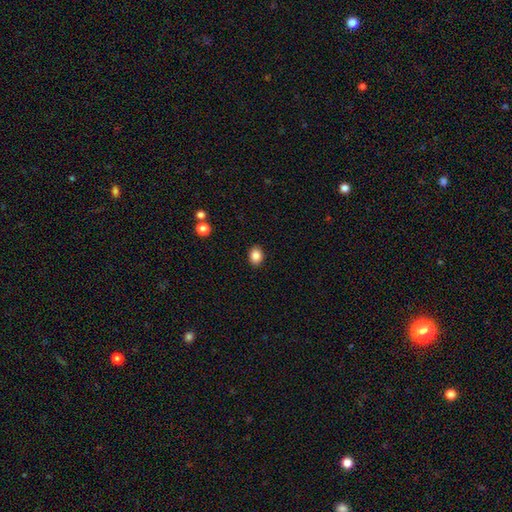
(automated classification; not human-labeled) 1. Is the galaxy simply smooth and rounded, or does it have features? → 87% smooth, 9% star or artifact, 4% featured or disk.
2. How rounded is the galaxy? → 59% in between, 40% round, 1% cigar-shaped.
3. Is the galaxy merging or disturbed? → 90% none, 7% minor disturbance, 2% major disturbance, 1% merger.